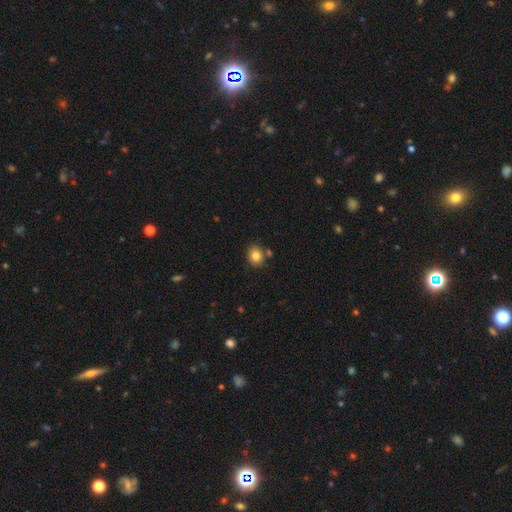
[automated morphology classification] Smooth or featured?
  - smooth: 83% *
  - star or artifact: 10%
  - featured or disk: 7%
How rounded?
  - round: 68% *
  - in between: 31%
  - cigar-shaped: 1%
Merging?
  - none: 78% *
  - minor disturbance: 11%
  - merger: 9%
  - major disturbance: 3%